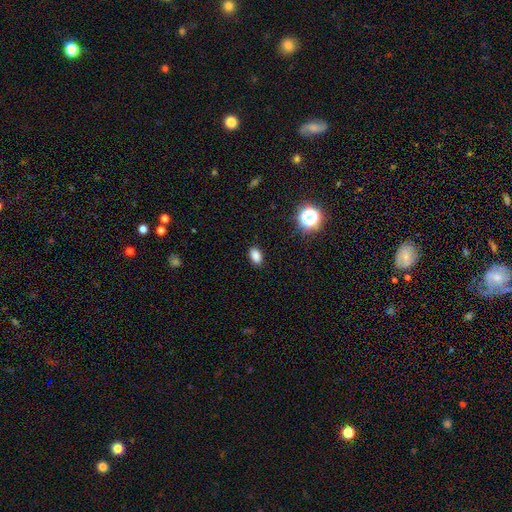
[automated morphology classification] This appears to be a smooth galaxy with no disk features (83%) that is in between round and cigar-shaped (88%). Merging: none (88%).